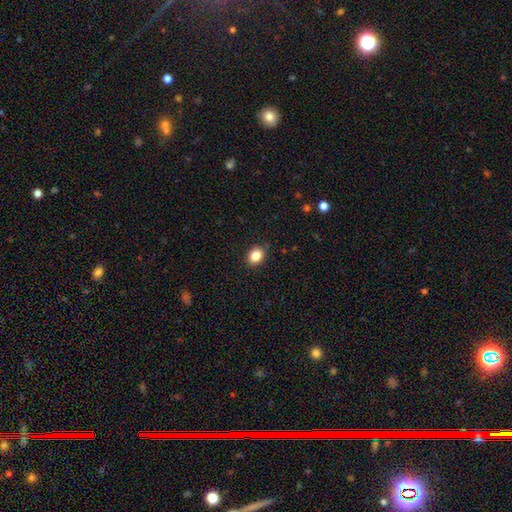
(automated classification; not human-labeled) This appears to be a smooth galaxy with no disk features (85%) that is in between round and cigar-shaped (51%). Merging: none (87%).